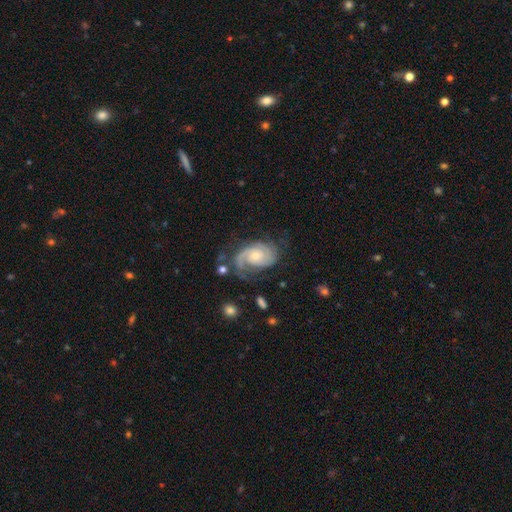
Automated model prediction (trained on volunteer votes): Smooth or featured? featured or disk (84%)
Edge-on disk? no (97%)
Bar? no (69%)
Spiral arms? yes (96%)
Spiral winding? tight (44%)
Spiral arm count? 2 (53%)
Bulge size? small (48%)
Merging? none (55%)